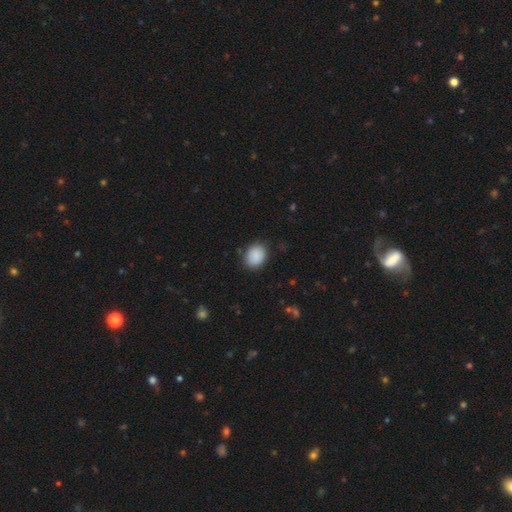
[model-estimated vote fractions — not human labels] smooth_or_featured: smooth (p=0.89) [alt: star or artifact p=0.07]
how_rounded: in between (p=0.53) [alt: round p=0.47]
merging: none (p=0.85) [alt: minor disturbance p=0.11]